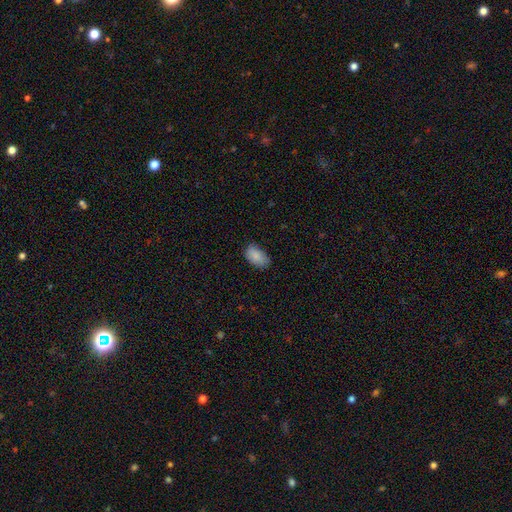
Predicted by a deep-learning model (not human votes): Smooth or featured: smooth — 87% (star or artifact — 7%)
How rounded: in between — 93% (round — 5%)
Merging: none — 74% (minor disturbance — 22%)